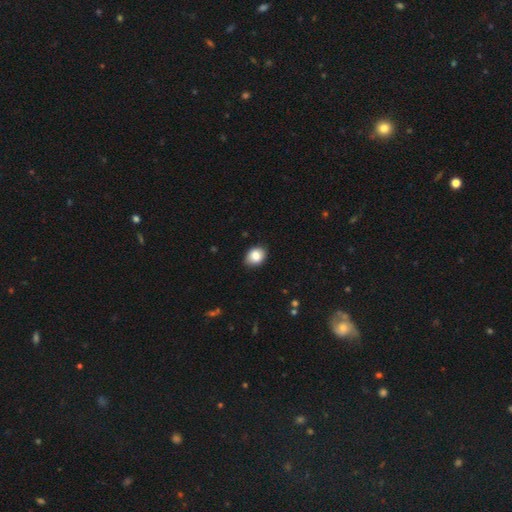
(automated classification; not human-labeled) Smooth or featured? Predicted: smooth (p=0.85). How rounded? Predicted: in between (p=0.65). Merging? Predicted: none (p=0.82).